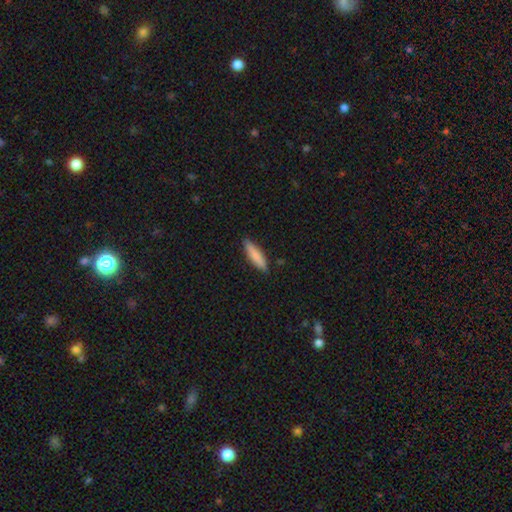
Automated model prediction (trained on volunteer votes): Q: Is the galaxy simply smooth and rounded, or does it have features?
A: smooth — 81%.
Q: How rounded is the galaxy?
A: cigar-shaped — 75%.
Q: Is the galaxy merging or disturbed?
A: none — 86%.